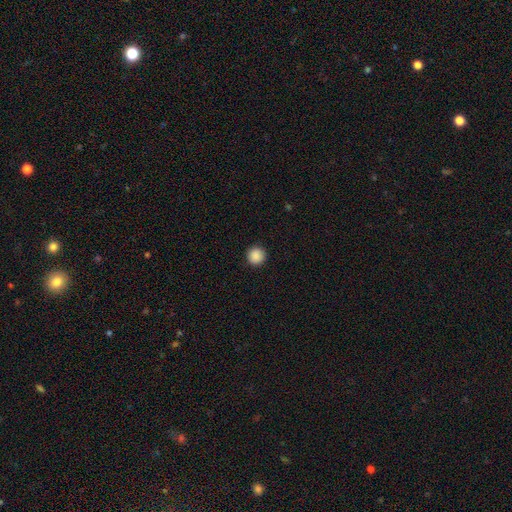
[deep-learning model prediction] Smooth or featured? smooth (89%)
How rounded? round (95%)
Merging? none (92%)